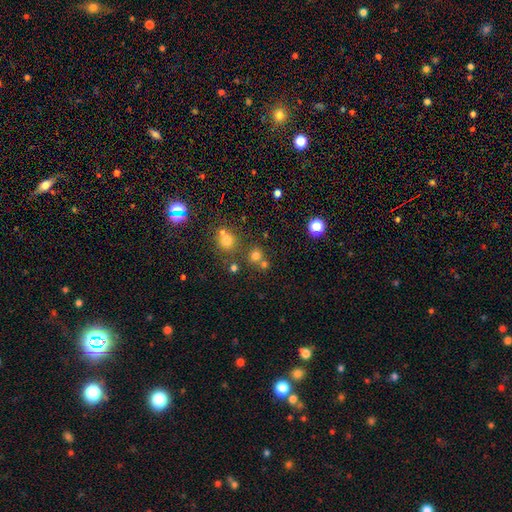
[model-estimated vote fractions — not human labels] Smooth or featured? Predicted: smooth (p=0.67). How rounded? Predicted: round (p=0.88). Merging? Predicted: none (p=0.65).